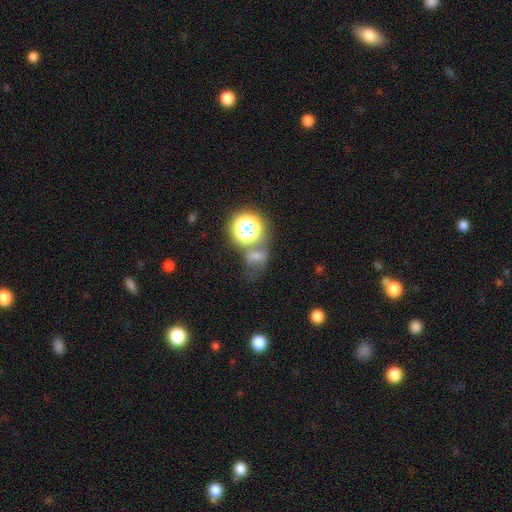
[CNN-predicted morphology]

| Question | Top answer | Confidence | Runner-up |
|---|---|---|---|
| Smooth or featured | smooth | 42% | star or artifact (36%) |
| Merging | none | 43% | merger (22%) |